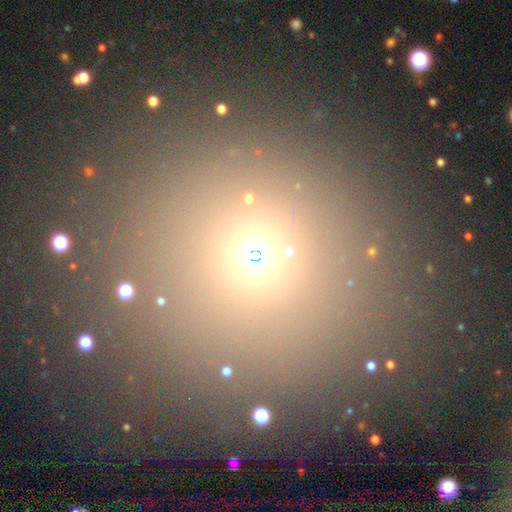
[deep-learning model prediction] This is possibly a smooth galaxy (58%). How rounded: likely round (79%). Merging: likely none (79%).